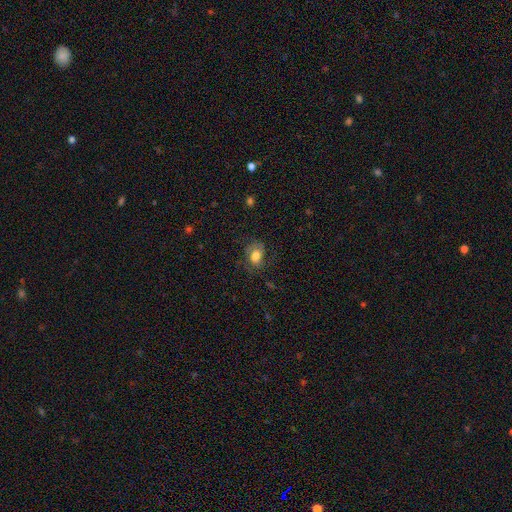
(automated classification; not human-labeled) Q: Smooth or featured?
A: smooth (69%); runner-up: featured or disk (21%)
Q: How rounded?
A: in between (72%); runner-up: round (27%)
Q: Merging?
A: none (59%); runner-up: minor disturbance (24%)